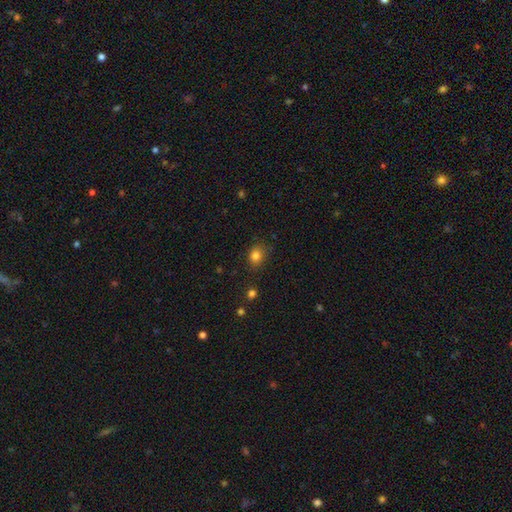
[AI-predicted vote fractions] Morphology: type=smooth (82%); roundness=round (63%); merging=none (80%).